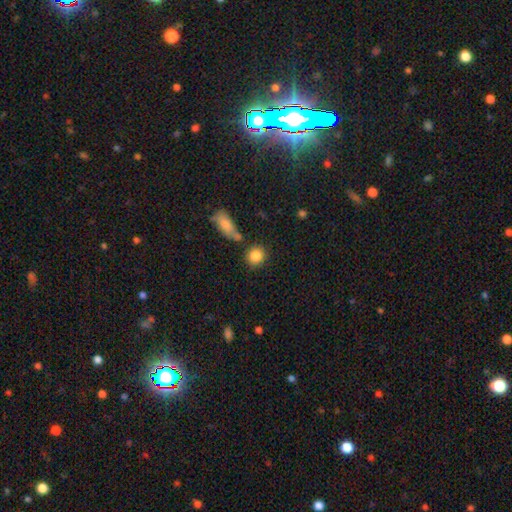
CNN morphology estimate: This is clearly a smooth galaxy (86%). How rounded: clearly round (83%). Merging: likely none (77%).